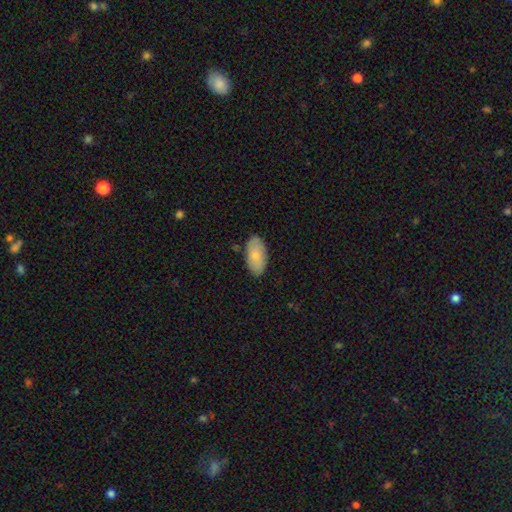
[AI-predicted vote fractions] Smooth or featured: smooth — 80% (featured or disk — 14%)
How rounded: in between — 95% (cigar-shaped — 3%)
Merging: none — 85% (minor disturbance — 11%)